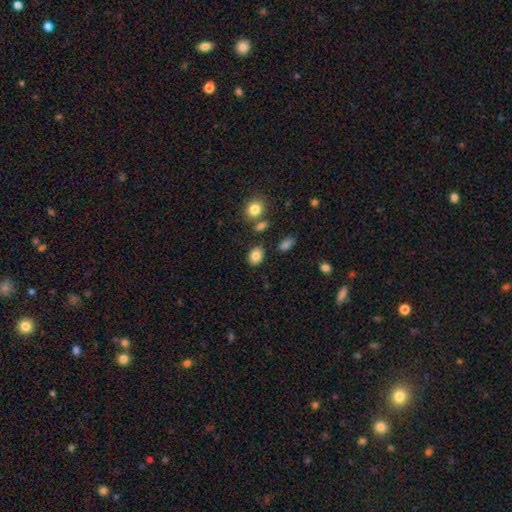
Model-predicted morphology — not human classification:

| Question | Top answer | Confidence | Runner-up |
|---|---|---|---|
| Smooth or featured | smooth | 83% | star or artifact (10%) |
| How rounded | in between | 63% | round (36%) |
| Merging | none | 80% | minor disturbance (11%) |